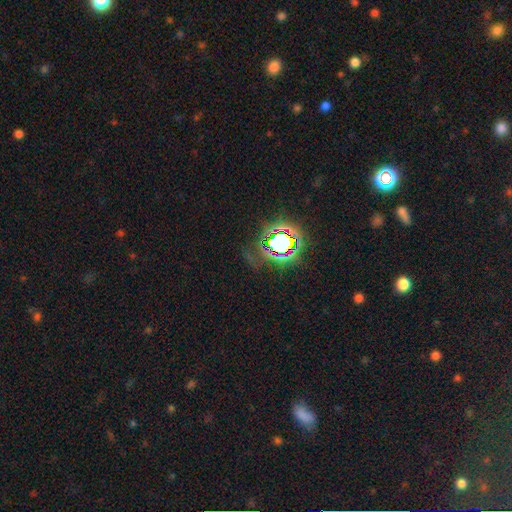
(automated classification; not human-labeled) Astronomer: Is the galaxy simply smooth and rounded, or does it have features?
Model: star or artifact — 81%.